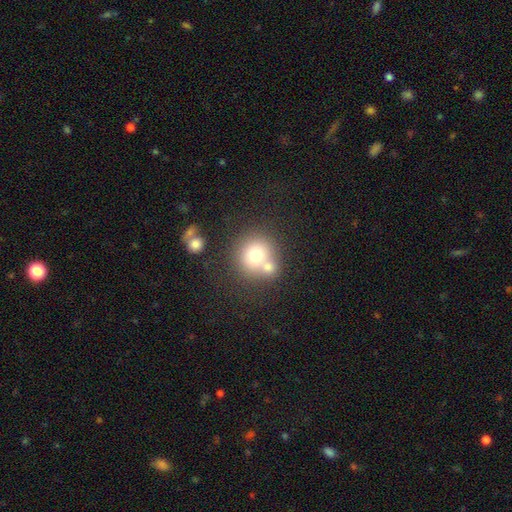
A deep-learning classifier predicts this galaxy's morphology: A smooth galaxy with no disk features (72%) that is round (88%). Merging: none (48%).